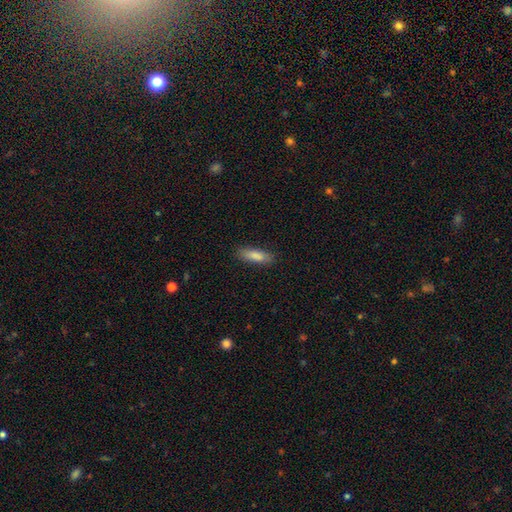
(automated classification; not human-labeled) smooth_or_featured: smooth (p=0.86) [alt: featured or disk p=0.08]
how_rounded: cigar-shaped (p=0.52) [alt: in between p=0.46]
merging: none (p=0.86) [alt: minor disturbance p=0.11]